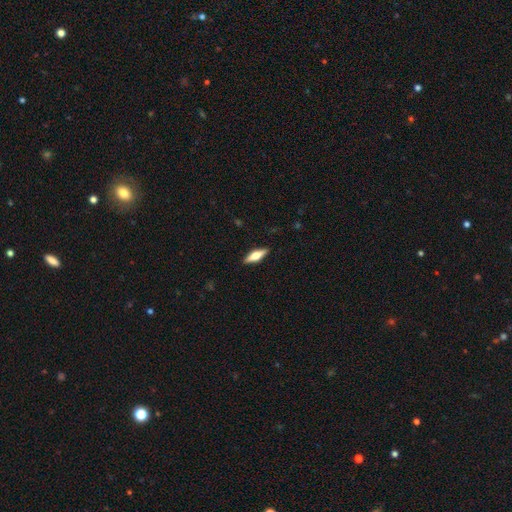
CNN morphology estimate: smooth_or_featured: smooth (p=0.48) [alt: featured or disk p=0.46]
merging: none (p=0.90) [alt: minor disturbance p=0.08]